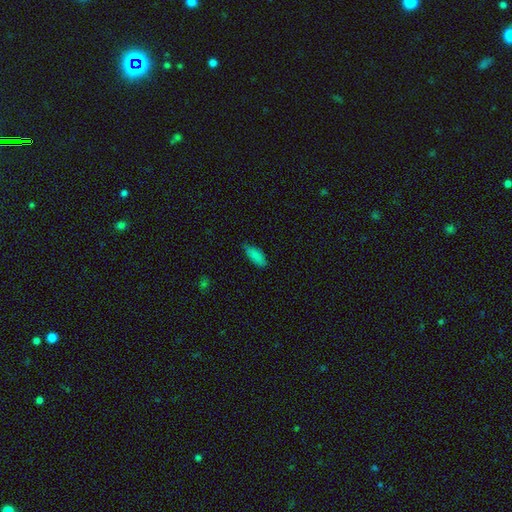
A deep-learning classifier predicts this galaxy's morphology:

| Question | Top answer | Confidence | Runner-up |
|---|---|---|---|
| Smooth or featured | smooth | 86% | star or artifact (9%) |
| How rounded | in between | 78% | cigar-shaped (20%) |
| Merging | none | 71% | minor disturbance (24%) |